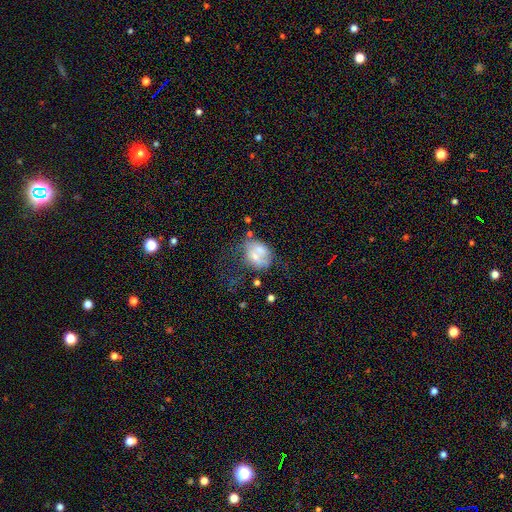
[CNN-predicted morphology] Smooth or featured? Predicted: smooth (p=0.52). How rounded? Predicted: in between (p=0.61). Merging? Predicted: merger (p=0.42).